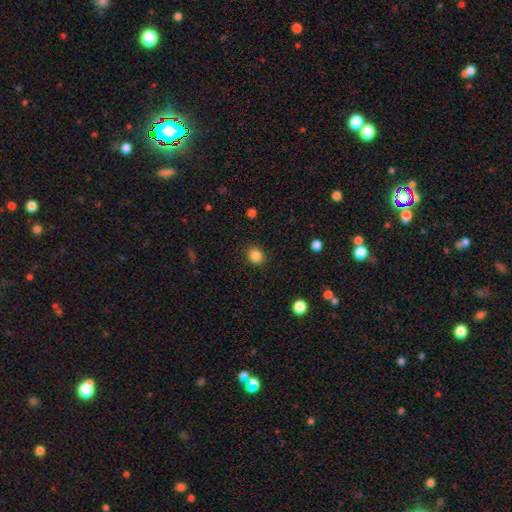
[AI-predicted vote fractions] Smooth or featured? smooth (86%)
How rounded? round (77%)
Merging? none (89%)